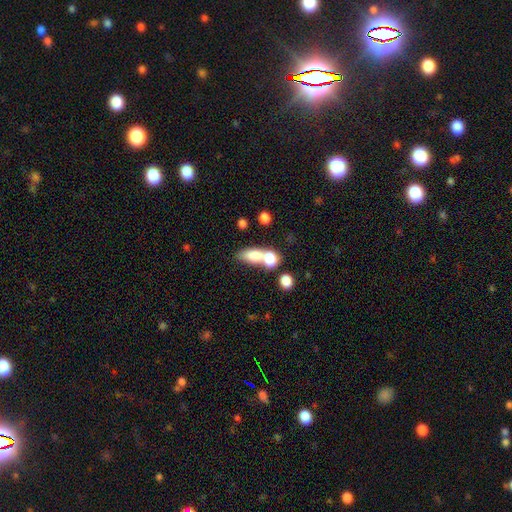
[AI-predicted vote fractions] smooth_or_featured: smooth (p=0.75) [alt: featured or disk p=0.15]
how_rounded: in between (p=0.74) [alt: round p=0.13]
merging: merger (p=0.56) [alt: none p=0.29]